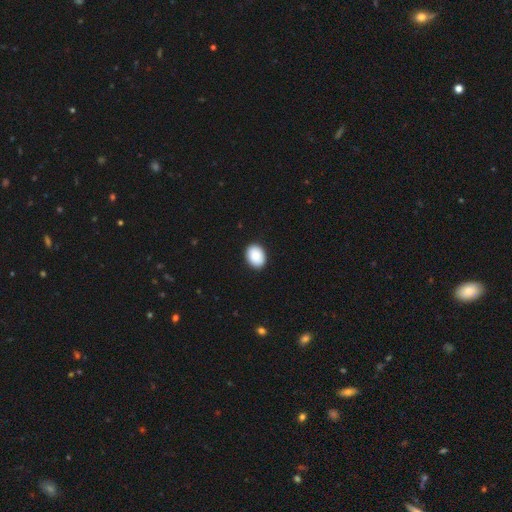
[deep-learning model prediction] Overall: smooth (90%). How rounded: in between (73%). Merging: none (90%).